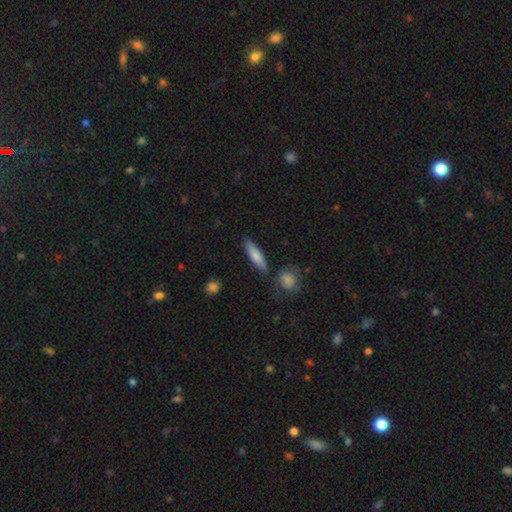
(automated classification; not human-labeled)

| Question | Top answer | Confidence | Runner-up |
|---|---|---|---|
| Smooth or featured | smooth | 79% | featured or disk (14%) |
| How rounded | cigar-shaped | 70% | in between (28%) |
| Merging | none | 81% | minor disturbance (10%) |